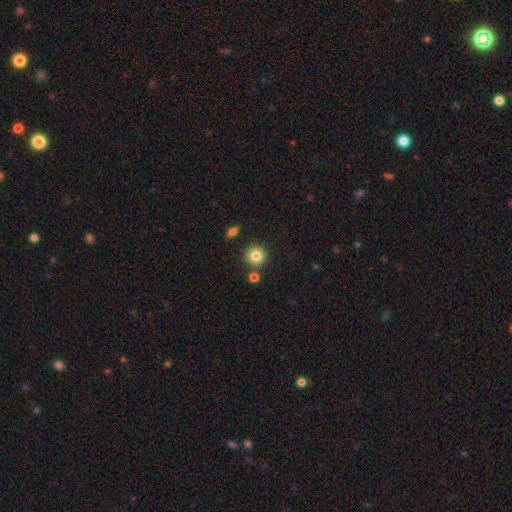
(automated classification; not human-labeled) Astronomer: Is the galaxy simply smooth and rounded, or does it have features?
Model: smooth — 83%.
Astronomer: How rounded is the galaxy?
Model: round — 91%.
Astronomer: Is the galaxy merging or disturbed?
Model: none — 84%.